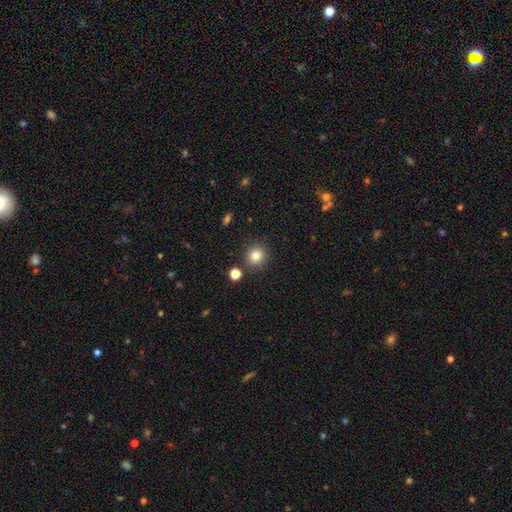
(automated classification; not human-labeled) This appears to be a smooth galaxy with no disk features (82%) that is round (90%). Merging: none (87%).